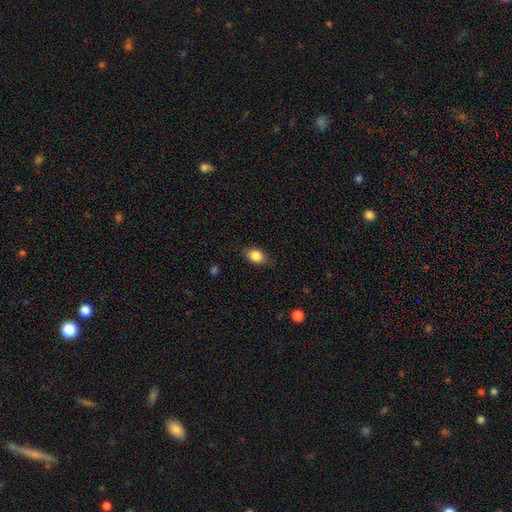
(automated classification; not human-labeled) smooth-or-featured: smooth: 85% | star or artifact: 8% | featured or disk: 6%
  how-rounded: in between: 76% | round: 22% | cigar-shaped: 2%
  merging: none: 84% | minor disturbance: 12% | major disturbance: 3% | merger: 1%